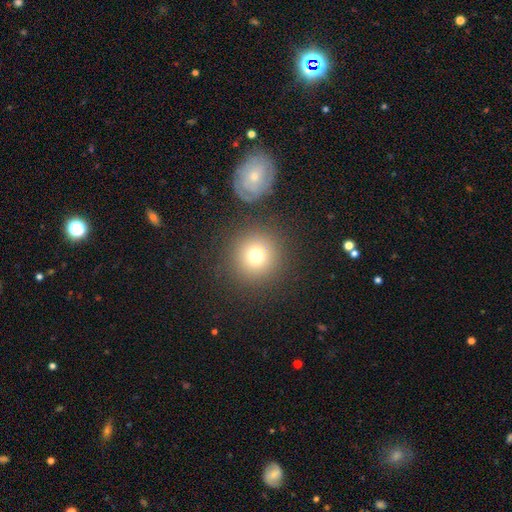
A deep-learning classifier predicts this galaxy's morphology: smooth_or_featured: smooth (p=0.74) [alt: star or artifact p=0.14]
how_rounded: round (p=0.94) [alt: in between p=0.05]
merging: none (p=0.85) [alt: minor disturbance p=0.07]